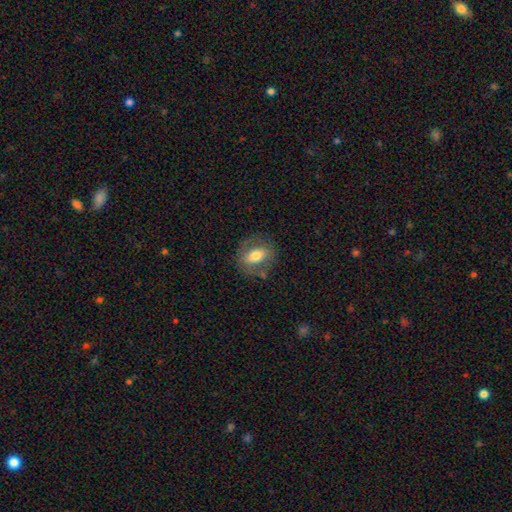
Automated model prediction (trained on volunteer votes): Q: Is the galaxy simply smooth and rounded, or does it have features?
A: smooth — 56%.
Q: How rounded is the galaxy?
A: in between — 67%.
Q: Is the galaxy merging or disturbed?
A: none — 74%.